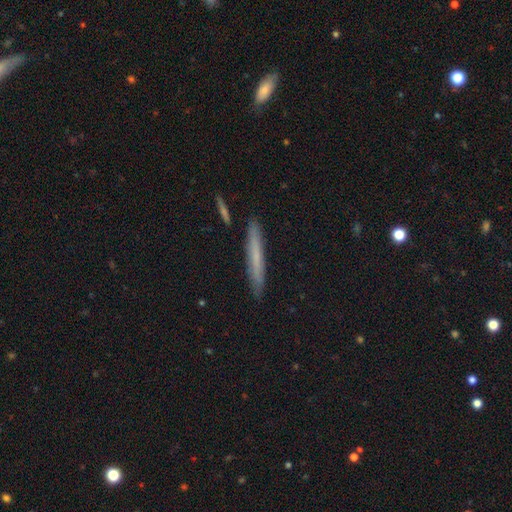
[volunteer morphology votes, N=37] Smooth or featured? smooth (68%)
How rounded? cigar-shaped (96%)
Merging? none (88%)